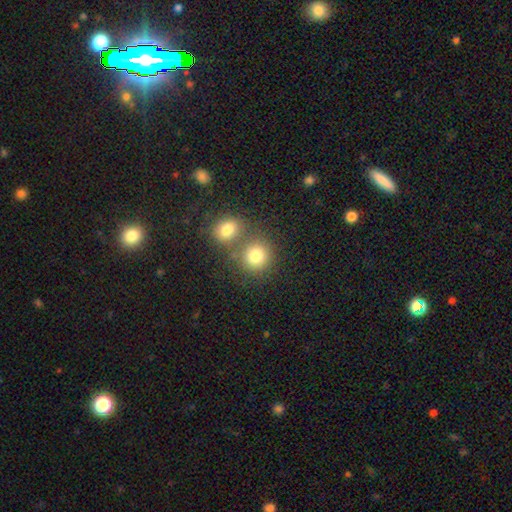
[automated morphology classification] Smooth or featured: smooth — 80% (star or artifact — 12%)
How rounded: round — 85% (in between — 14%)
Merging: none — 56% (merger — 32%)